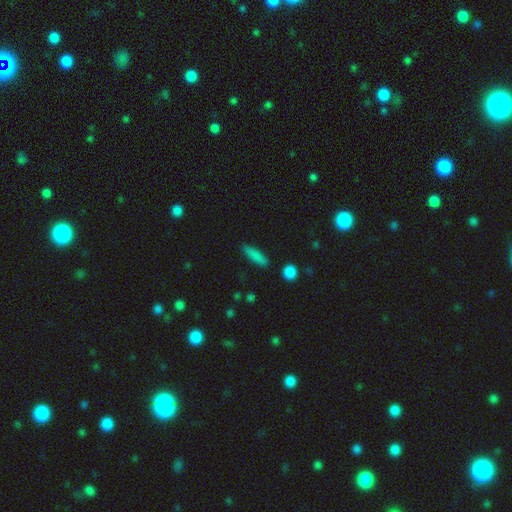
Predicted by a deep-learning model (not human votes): smooth 83%, featured or disk 10%, star or artifact 7%. Down the decision tree: how rounded — cigar-shaped (76%); merging — none (86%).